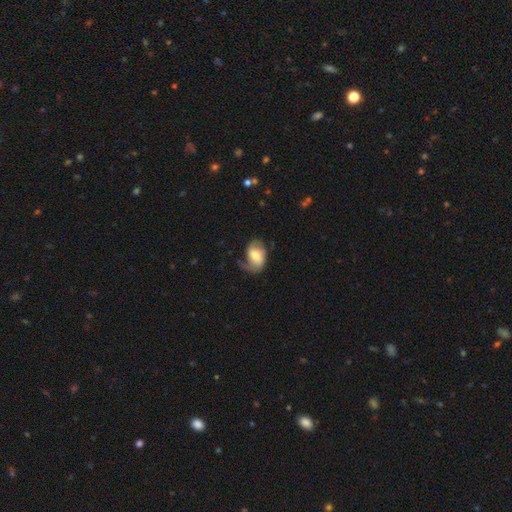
Volunteers were most divided on "bar" (2-way tie): weak: 38%, no: 38%, strong: 24%; "merging" (2-way tie): none: 36%, minor disturbance: 36%, major disturbance: 28%, merger: 0%. Remaining: edge-on disk — no (100%); spiral arms — yes (67%); smooth or featured — featured or disk (57%); spiral arm count — 2 (50%); bulge size — moderate (48%); spiral winding — loose (43%).